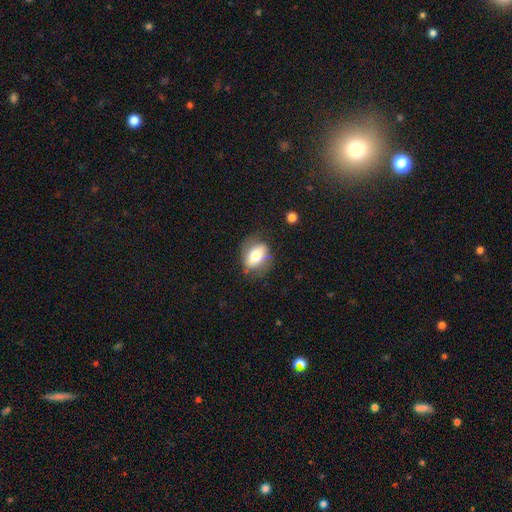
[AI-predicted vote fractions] smooth_or_featured: smooth (p=0.69) [alt: featured or disk p=0.24]
how_rounded: in between (p=0.73) [alt: round p=0.25]
merging: none (p=0.65) [alt: minor disturbance p=0.24]